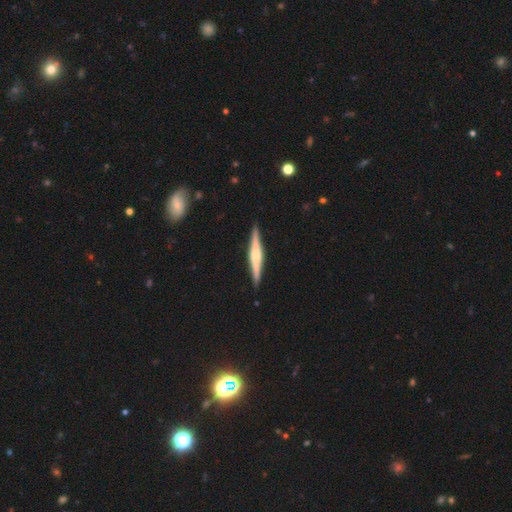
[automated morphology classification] Overall: featured or disk (72%). Edge-on disk: yes (98%). Edge-on bulge: rounded (69%). Merging: none (91%).